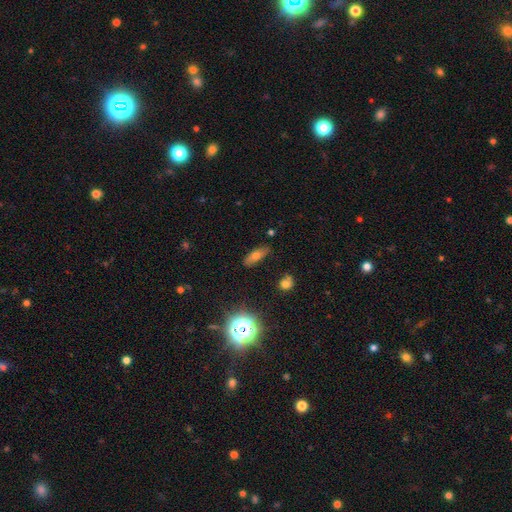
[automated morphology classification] This appears to be a smooth galaxy with no disk features (63%) that is in between round and cigar-shaped (64%). Merging: none (82%).